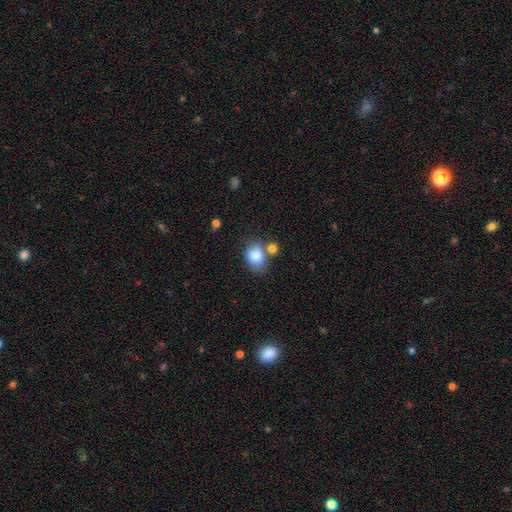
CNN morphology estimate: smooth 84%, star or artifact 9%, featured or disk 7%. Down the decision tree: how rounded — in between (56%); merging — none (53%).